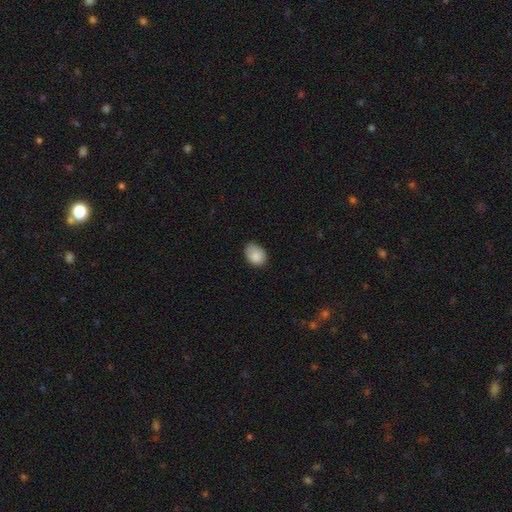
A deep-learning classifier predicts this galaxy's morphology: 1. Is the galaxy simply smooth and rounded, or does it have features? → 85% smooth, 8% star or artifact, 7% featured or disk.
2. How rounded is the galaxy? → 74% in between, 25% round, 1% cigar-shaped.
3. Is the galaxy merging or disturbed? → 66% none, 28% minor disturbance, 4% major disturbance, 1% merger.